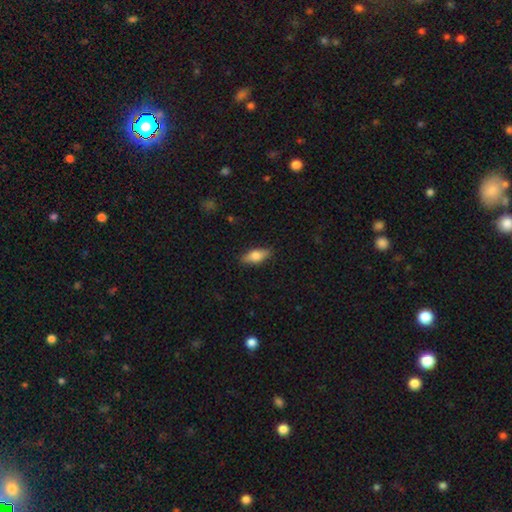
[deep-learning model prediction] Smooth or featured: smooth — 69% (featured or disk — 24%)
How rounded: in between — 79% (cigar-shaped — 17%)
Merging: none — 86% (minor disturbance — 10%)